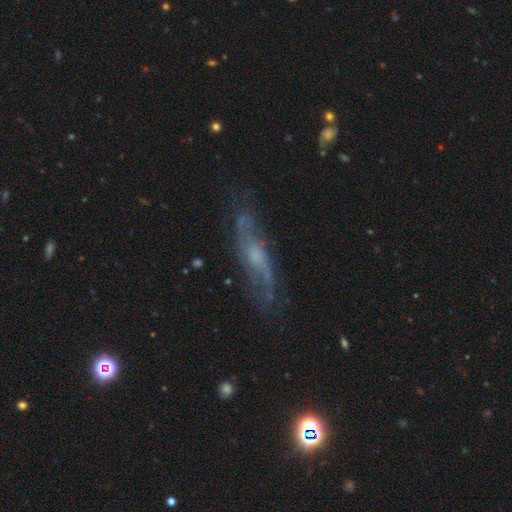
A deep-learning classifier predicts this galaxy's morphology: A featured or disk galaxy (70%).

Vote fractions:
- Smooth or featured? featured or disk: 70% / smooth: 19% / star or artifact: 11%
- Edge-on disk? no: 64% / yes: 36%
- Merging? none: 72% / minor disturbance: 19% / major disturbance: 8% / merger: 2%